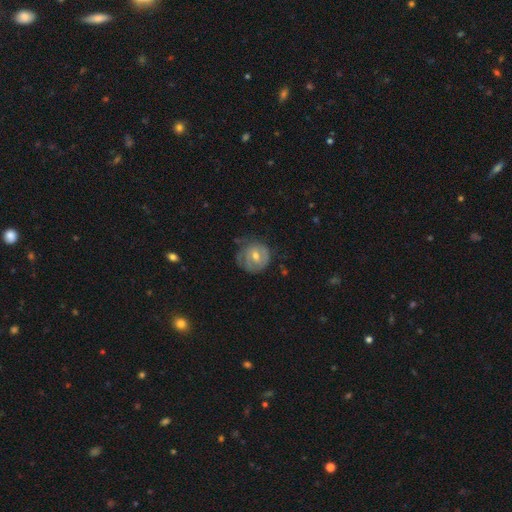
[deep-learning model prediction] Smooth or featured: featured or disk — 59% (smooth — 32%)
Edge-on disk: no — 97% (yes — 3%)
Bar: no — 52% (weak — 39%)
Spiral arms: yes — 70% (no — 30%)
Bulge size: moderate — 64% (small — 32%)
Merging: none — 65% (minor disturbance — 24%)